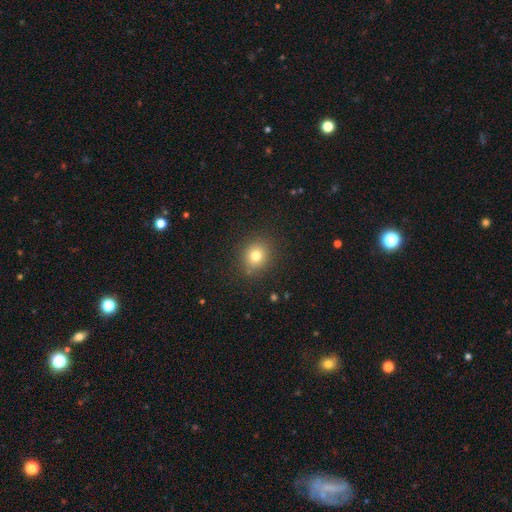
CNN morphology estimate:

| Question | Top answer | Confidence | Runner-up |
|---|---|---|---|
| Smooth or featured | smooth | 77% | star or artifact (14%) |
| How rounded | round | 79% | in between (20%) |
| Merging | none | 87% | minor disturbance (8%) |